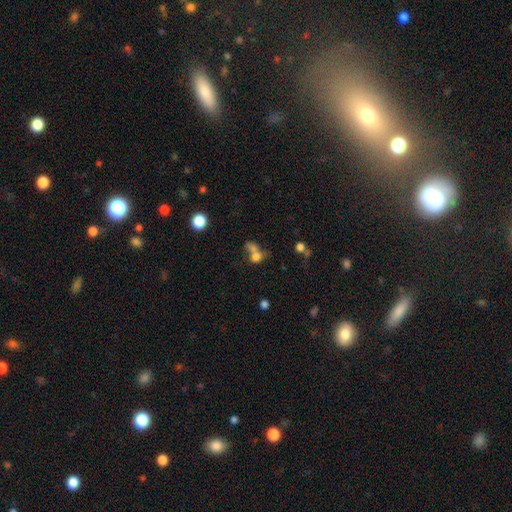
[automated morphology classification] Smooth or featured: smooth — 70% (star or artifact — 15%)
How rounded: round — 59% (in between — 39%)
Merging: merger — 59% (none — 25%)